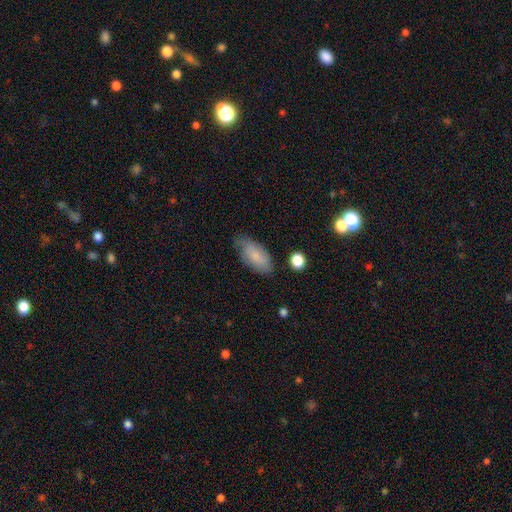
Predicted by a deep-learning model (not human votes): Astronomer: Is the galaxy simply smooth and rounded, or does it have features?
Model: smooth — 69%.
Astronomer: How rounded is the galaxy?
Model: in between — 90%.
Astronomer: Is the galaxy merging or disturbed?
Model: none — 66%.